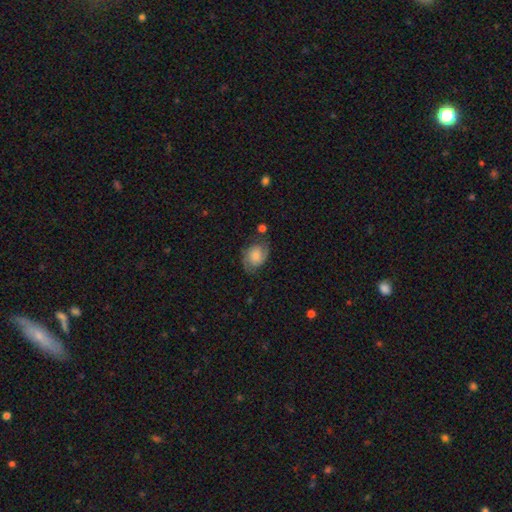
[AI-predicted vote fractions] Morphology: type=featured or disk (55%); edge-on=no (97%); bar=no (73%); spiral arms=yes (88%); bulge=small (51%); merging=none (64%).